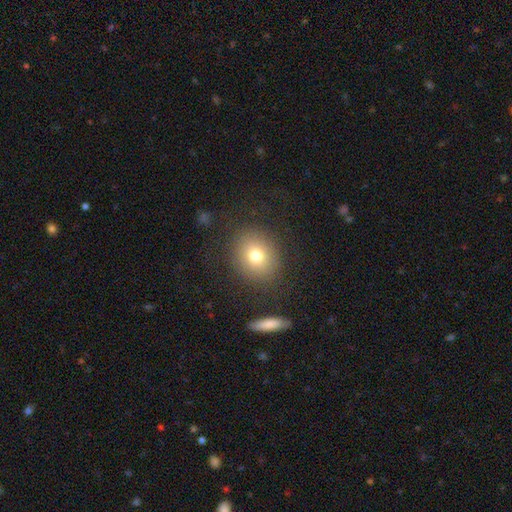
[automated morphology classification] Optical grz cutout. It shows a smooth galaxy with no disk features (74%) that is round (73%). Merging: none (84%).